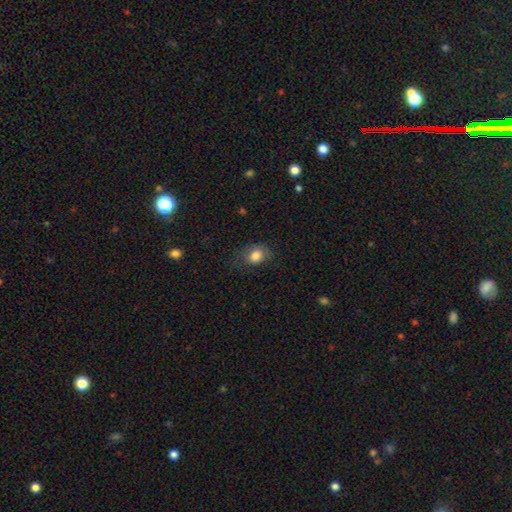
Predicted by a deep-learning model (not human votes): Morphology: type=smooth (82%); roundness=in between (58%); merging=none (59%).